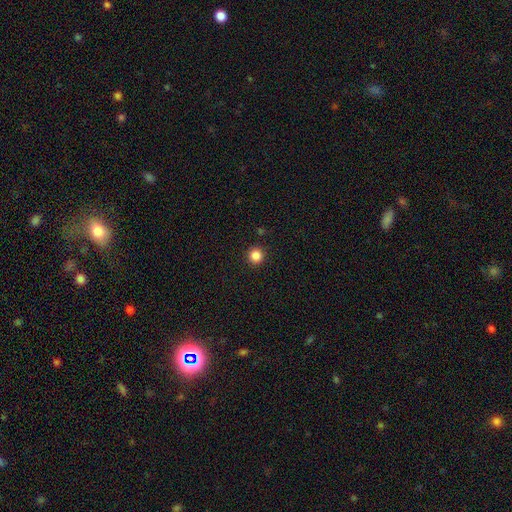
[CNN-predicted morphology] Overall: smooth (85%). How rounded: round (95%). Merging: none (93%).